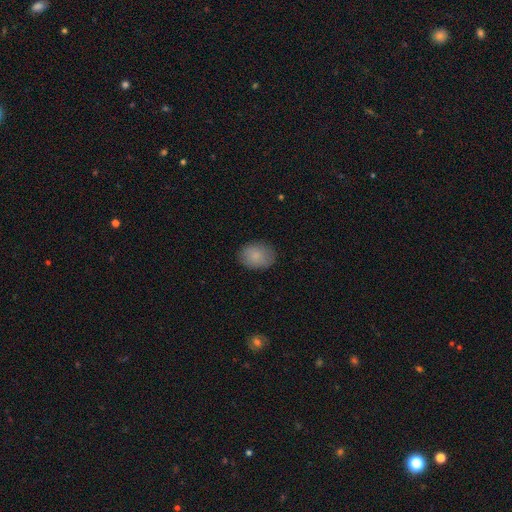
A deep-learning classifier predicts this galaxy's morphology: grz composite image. It shows a smooth galaxy with no disk features (85%) that is in between round and cigar-shaped (69%). Merging: none (84%).